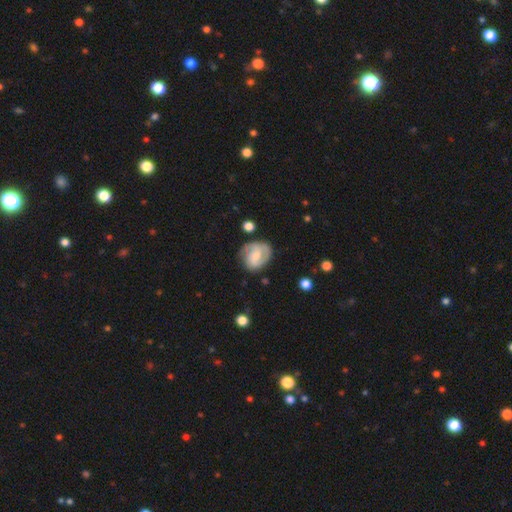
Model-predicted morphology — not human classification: featured or disk 54%, smooth 39%, star or artifact 7%. Down the decision tree: edge-on disk — no (97%); bar — no (51%); spiral arms — yes (81%); bulge size — small (44%); merging — none (61%).